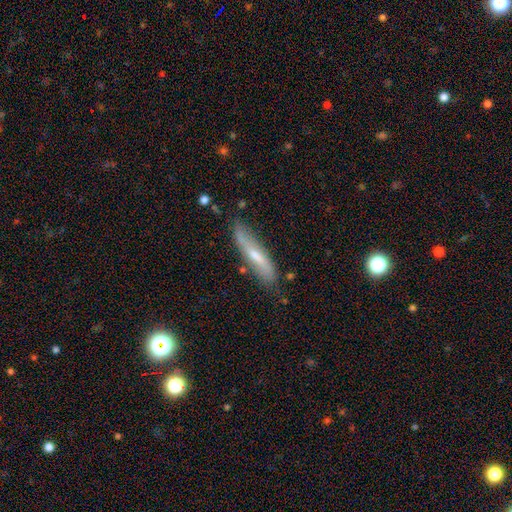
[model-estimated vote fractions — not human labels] The model was most divided on "smooth or featured": smooth: 47%, featured or disk: 46%, star or artifact: 7%. More confident: merging — none (72%).